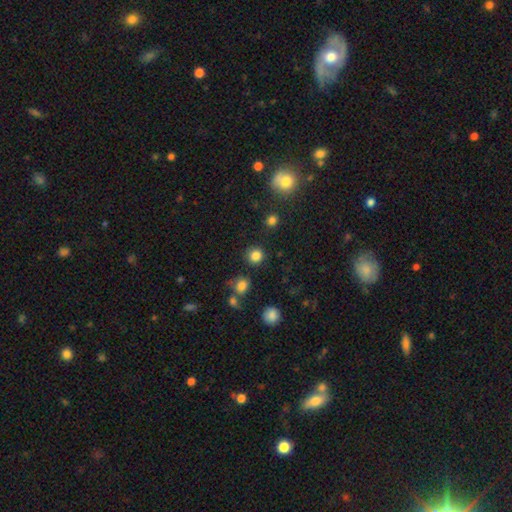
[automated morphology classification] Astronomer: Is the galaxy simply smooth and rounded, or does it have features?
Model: smooth — 83%.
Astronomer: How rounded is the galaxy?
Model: round — 90%.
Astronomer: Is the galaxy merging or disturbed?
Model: none — 85%.